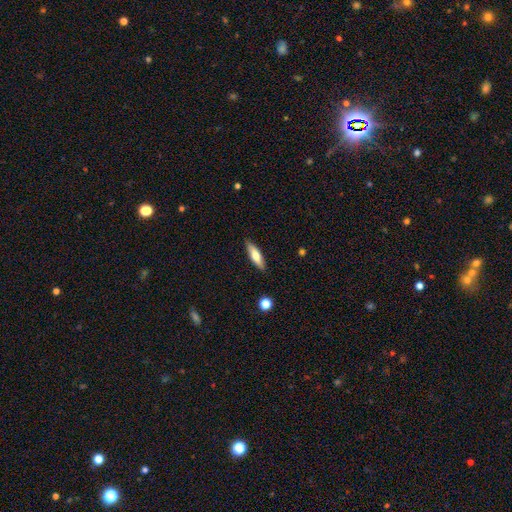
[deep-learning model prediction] The model was most divided on "how rounded": cigar-shaped: 61%, in between: 37%, round: 2%. More confident: merging — none (88%); smooth or featured — smooth (66%).